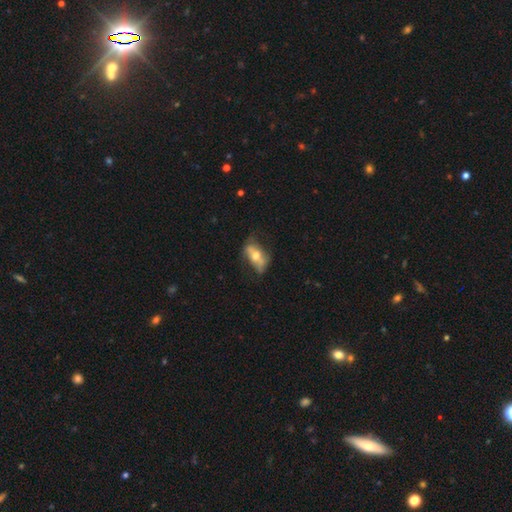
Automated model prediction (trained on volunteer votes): smooth_or_featured: featured or disk (p=0.51) [alt: smooth p=0.41]
disk_edge_on: no (p=0.67) [alt: yes p=0.33]
merging: none (p=0.54) [alt: minor disturbance p=0.27]